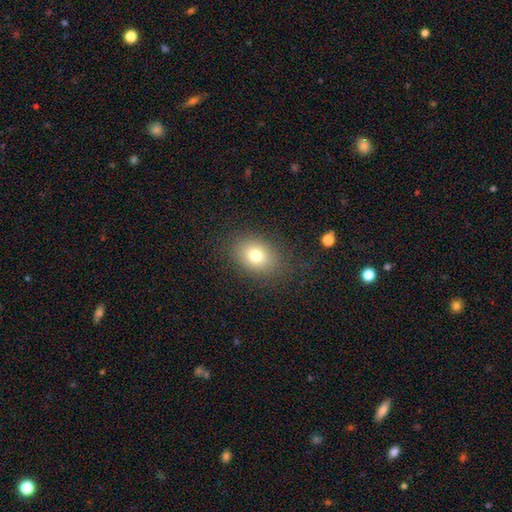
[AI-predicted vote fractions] smooth-or-featured: smooth: 77% | star or artifact: 11% | featured or disk: 11%
  how-rounded: in between: 67% | round: 32% | cigar-shaped: 1%
  merging: none: 83% | minor disturbance: 11% | major disturbance: 5% | merger: 1%